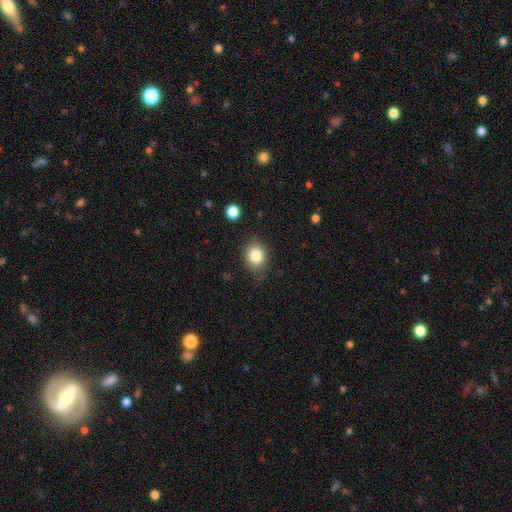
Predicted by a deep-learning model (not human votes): Overall: smooth (83%). How rounded: round (52%; in between 47%). Merging: none (80%).